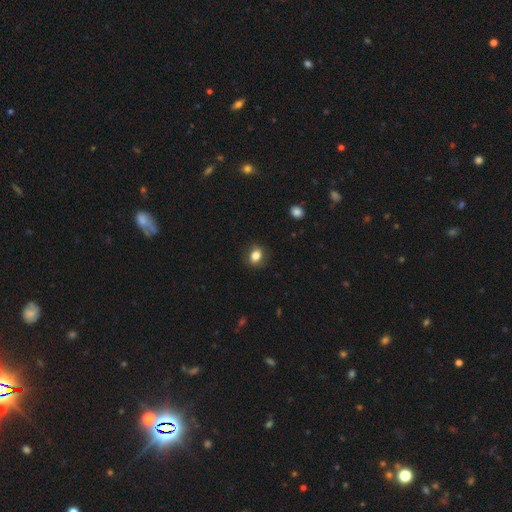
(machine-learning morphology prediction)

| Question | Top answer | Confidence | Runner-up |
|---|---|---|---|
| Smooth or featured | smooth | 82% | star or artifact (10%) |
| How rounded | in between | 51% | round (47%) |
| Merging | none | 83% | minor disturbance (13%) |